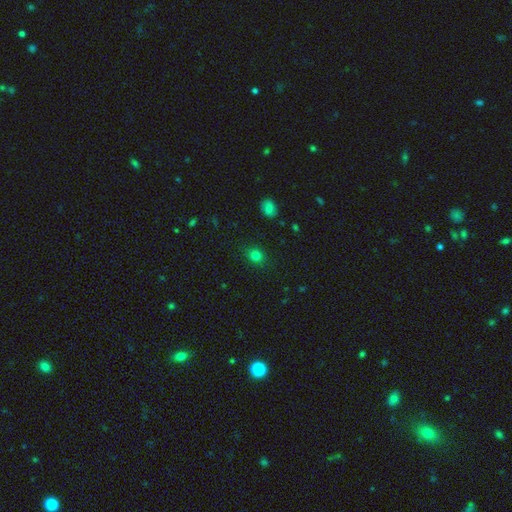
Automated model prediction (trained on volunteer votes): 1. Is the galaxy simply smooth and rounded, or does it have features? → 79% smooth, 15% star or artifact, 6% featured or disk.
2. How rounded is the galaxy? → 69% round, 30% in between, 1% cigar-shaped.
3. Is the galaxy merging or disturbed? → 87% none, 10% minor disturbance, 3% major disturbance, 1% merger.